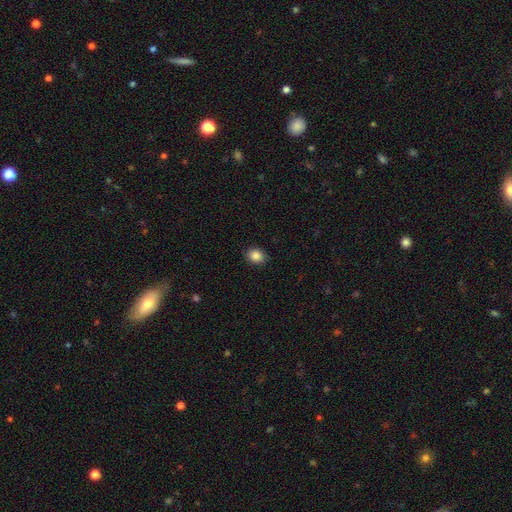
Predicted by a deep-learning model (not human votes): Smooth or featured? Predicted: smooth (p=0.86). How rounded? Predicted: round (p=0.50). Merging? Predicted: none (p=0.89).